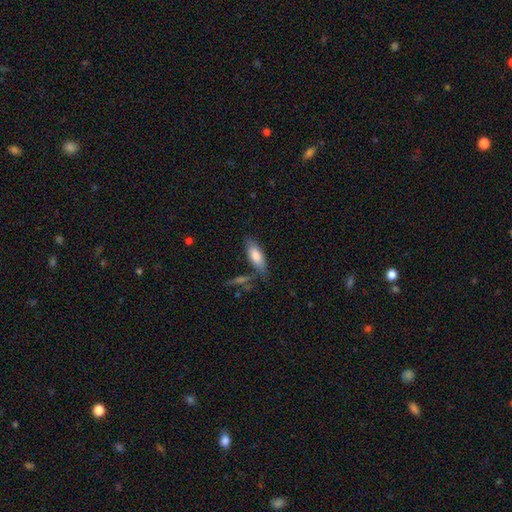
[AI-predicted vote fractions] smooth 80%, featured or disk 14%, star or artifact 6%. Down the decision tree: how rounded — in between (73%); merging — none (71%).